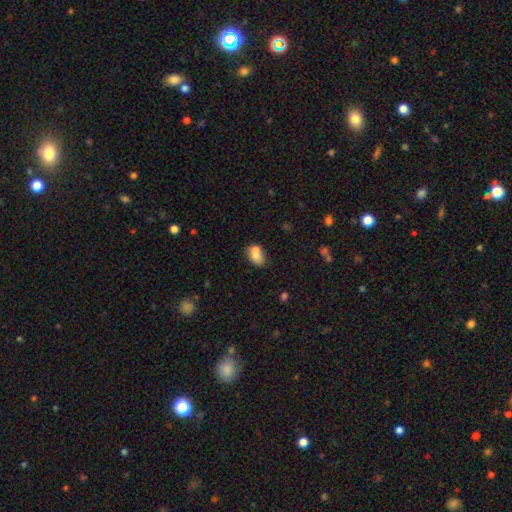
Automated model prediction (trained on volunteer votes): smooth 74%, featured or disk 16%, star or artifact 10%. Down the decision tree: how rounded — in between (76%); merging — merger (43%).